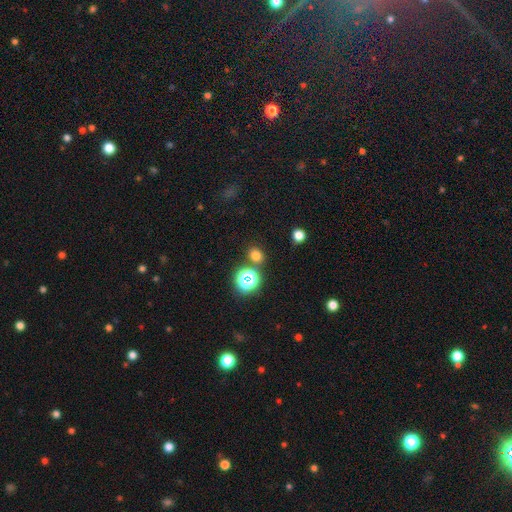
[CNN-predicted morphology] This appears to be a smooth galaxy with no disk features (70%) that is round (73%). Merging: none (80%).